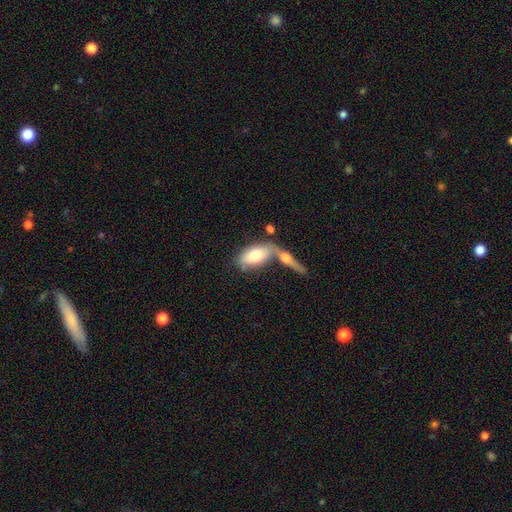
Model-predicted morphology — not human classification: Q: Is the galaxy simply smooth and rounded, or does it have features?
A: smooth — 68%.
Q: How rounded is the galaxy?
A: in between — 88%.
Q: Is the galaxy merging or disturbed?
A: merger — 53%.